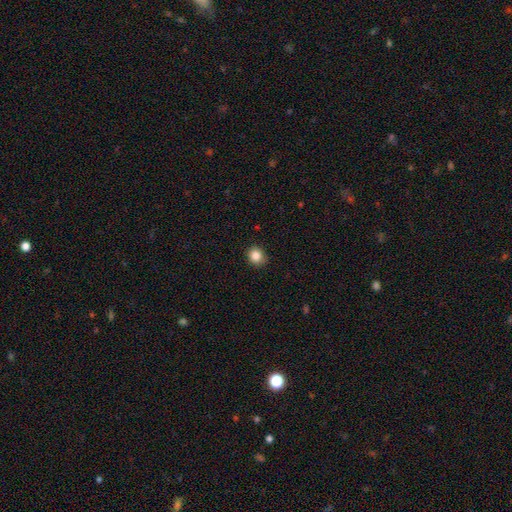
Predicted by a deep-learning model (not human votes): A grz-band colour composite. It shows a smooth galaxy with no disk features (85%) that is round (83%). Merging: none (88%).